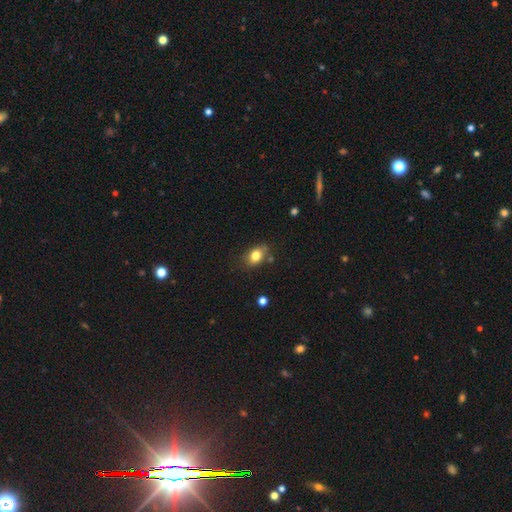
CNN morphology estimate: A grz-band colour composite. It shows a smooth galaxy with no disk features (80%) that is in between round and cigar-shaped (68%). Merging: none (70%).